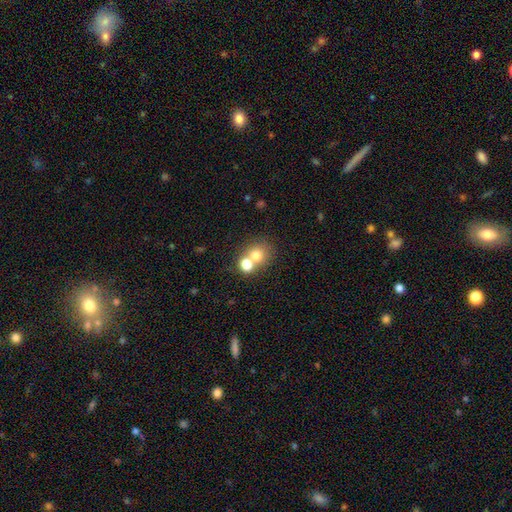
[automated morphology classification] type=smooth (73%); roundness=round (78%); merging=merger (51%).